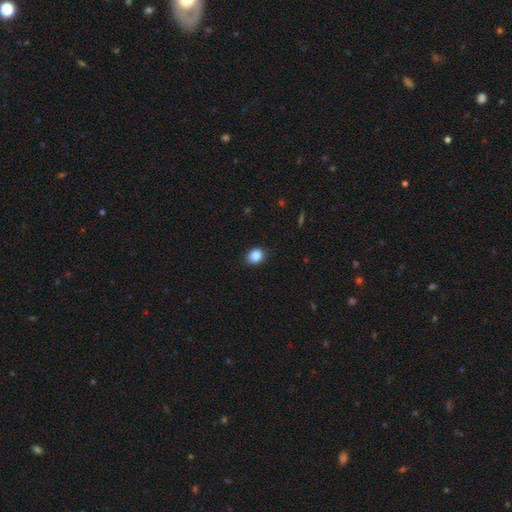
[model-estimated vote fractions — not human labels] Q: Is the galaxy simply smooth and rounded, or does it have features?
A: smooth — 87%.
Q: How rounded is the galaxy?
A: round — 50%.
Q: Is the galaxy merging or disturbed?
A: none — 87%.